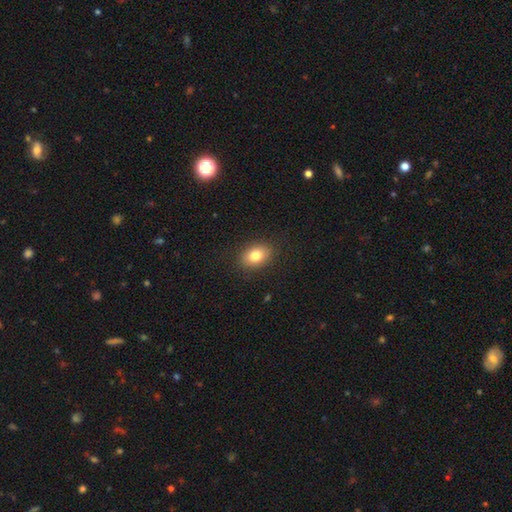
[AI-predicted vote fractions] Smooth or featured?
  - smooth: 81% *
  - featured or disk: 10%
  - star or artifact: 9%
How rounded?
  - in between: 74% *
  - round: 25%
  - cigar-shaped: 1%
Merging?
  - none: 88% *
  - minor disturbance: 9%
  - major disturbance: 3%
  - merger: 1%